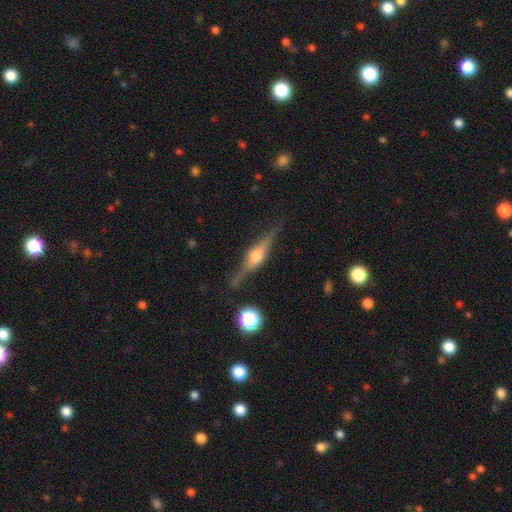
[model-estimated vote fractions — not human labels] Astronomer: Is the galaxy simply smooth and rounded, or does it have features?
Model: featured or disk — 75%.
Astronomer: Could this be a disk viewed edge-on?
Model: yes — 96%.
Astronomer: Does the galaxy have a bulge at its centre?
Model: rounded — 91%.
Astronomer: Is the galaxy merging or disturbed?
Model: none — 83%.